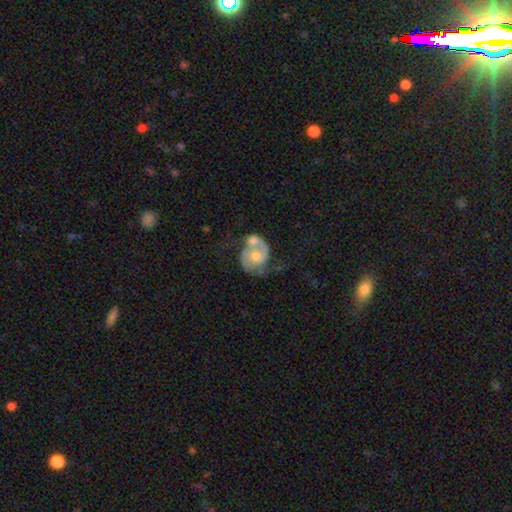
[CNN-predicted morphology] Smooth or featured?
  - featured or disk: 79% *
  - smooth: 16%
  - star or artifact: 6%
Edge-on disk?
  - no: 98% *
  - yes: 2%
Bar?
  - no: 69% *
  - weak: 26%
  - strong: 4%
Spiral arms?
  - yes: 92% *
  - no: 8%
Spiral winding?
  - medium: 49% *
  - loose: 28%
  - tight: 23%
Spiral arm count?
  - 2: 85% *
  - 1: 7%
  - can't tell: 5%
  - 3: 1%
  - 4: 1%
  - more than 4: 1%
Bulge size?
  - moderate: 54% *
  - small: 26%
  - large: 10%
  - none: 7%
  - dominant: 2%
Merging?
  - merger: 39% *
  - none: 32%
  - minor disturbance: 15%
  - major disturbance: 13%